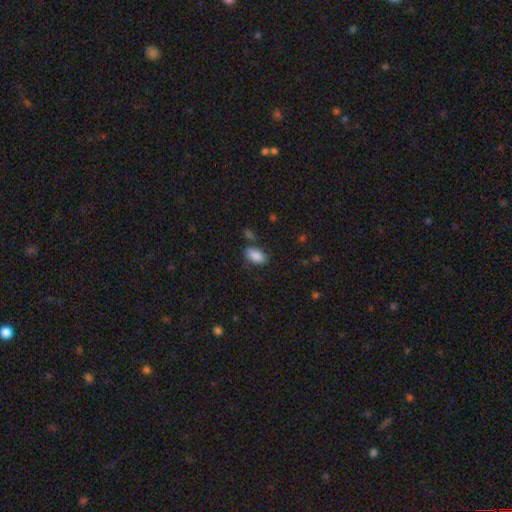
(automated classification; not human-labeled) Overall: smooth (88%). How rounded: in between (93%). Merging: none (78%).